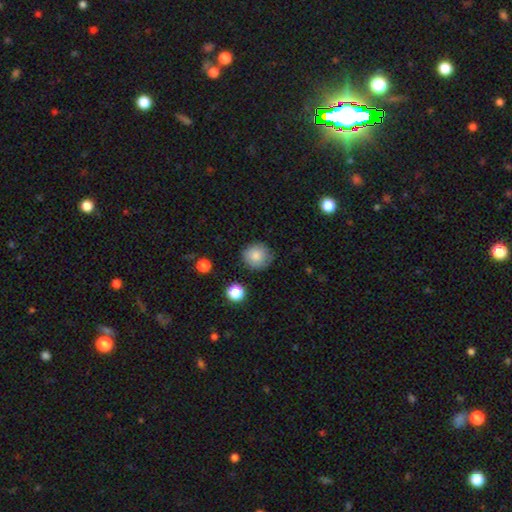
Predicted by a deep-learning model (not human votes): Overall: smooth (80%). How rounded: round (89%). Merging: none (74%).